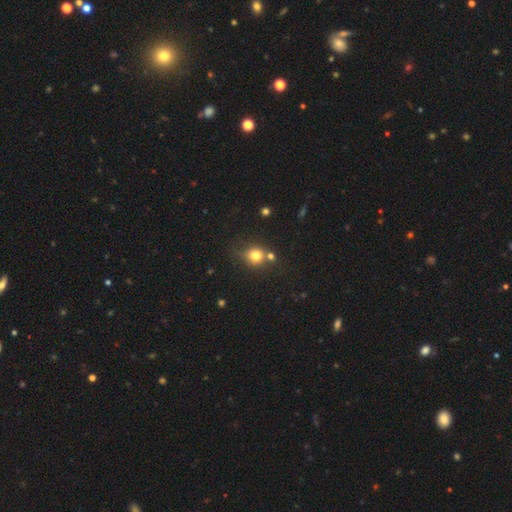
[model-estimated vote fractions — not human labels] This appears to be a smooth galaxy with no disk features (76%) that is round (82%). Merging: none (60%).